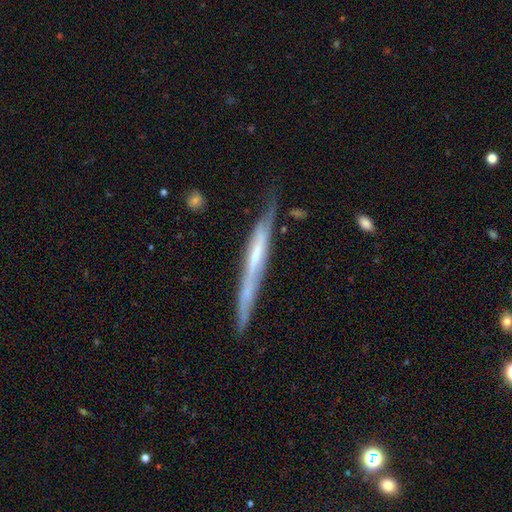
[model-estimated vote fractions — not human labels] smooth-or-featured: featured or disk: 70% | smooth: 25% | star or artifact: 6%
  disk-edge-on: yes: 89% | no: 11%
    edge-on-bulge: none: 63% | rounded: 24% | boxy: 13%
  merging: none: 69% | minor disturbance: 23% | major disturbance: 6% | merger: 3%